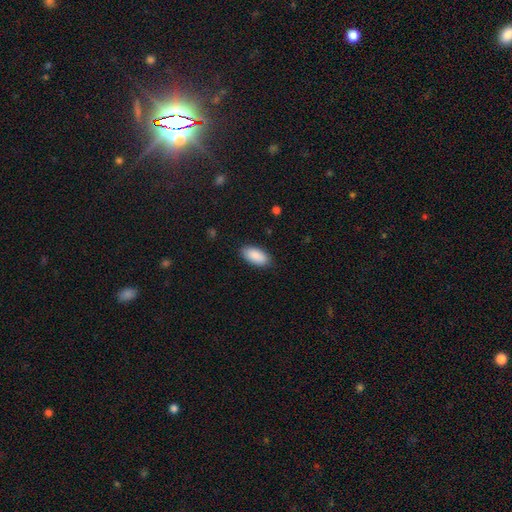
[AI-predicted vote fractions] Overall: smooth (90%). How rounded: in between (93%). Merging: none (87%).